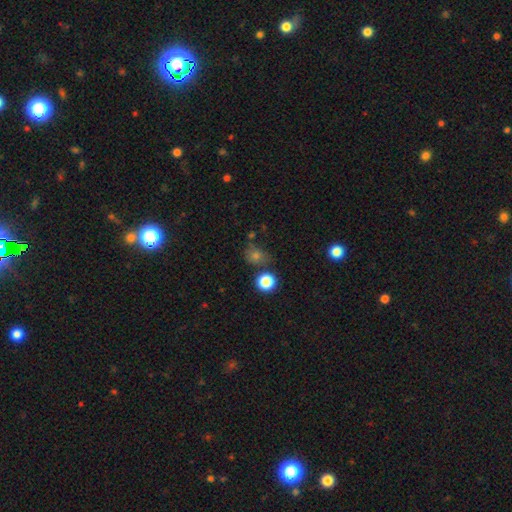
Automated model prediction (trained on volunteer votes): Morphology: type=smooth (71%); roundness=round (72%); merging=none (67%).